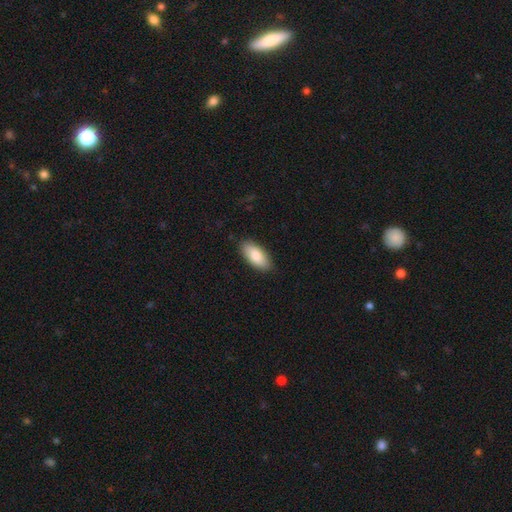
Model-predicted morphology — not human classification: Smooth or featured?
  - smooth: 86% *
  - featured or disk: 9%
  - star or artifact: 6%
How rounded?
  - in between: 90% *
  - cigar-shaped: 8%
  - round: 2%
Merging?
  - none: 87% *
  - minor disturbance: 10%
  - major disturbance: 2%
  - merger: 1%